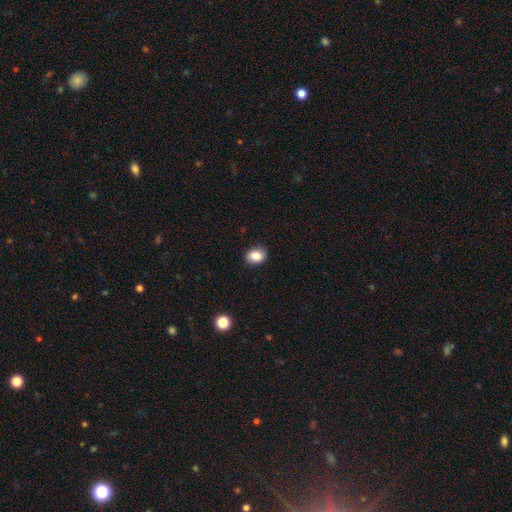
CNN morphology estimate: A smooth galaxy with no disk features (85%) that is in between round and cigar-shaped (55%).

Vote fractions:
- Smooth or featured? smooth: 85% / star or artifact: 9% / featured or disk: 6%
- How rounded? in between: 55% / round: 44% / cigar-shaped: 1%
- Merging? none: 88% / minor disturbance: 9% / major disturbance: 2% / merger: 1%